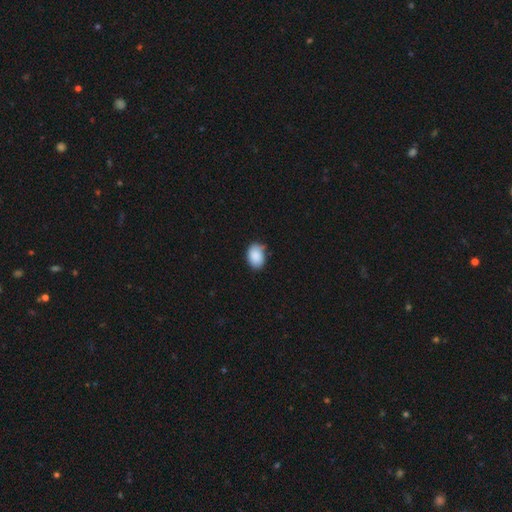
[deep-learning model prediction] Overall: smooth (88%). How rounded: in between (78%). Merging: none (70%).